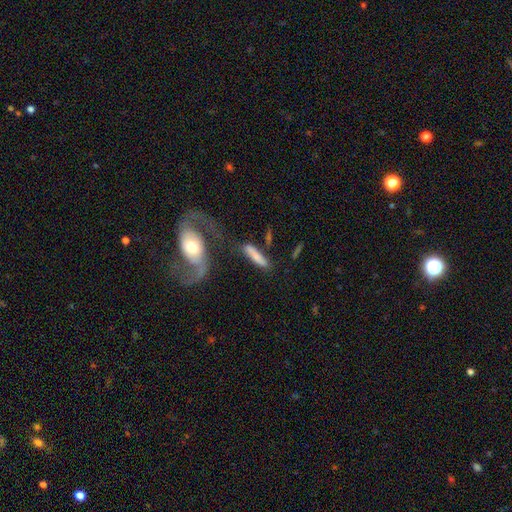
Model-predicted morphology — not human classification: Smooth or featured: smooth — 69% (featured or disk — 25%)
How rounded: cigar-shaped — 78% (in between — 20%)
Merging: none — 60% (minor disturbance — 17%)